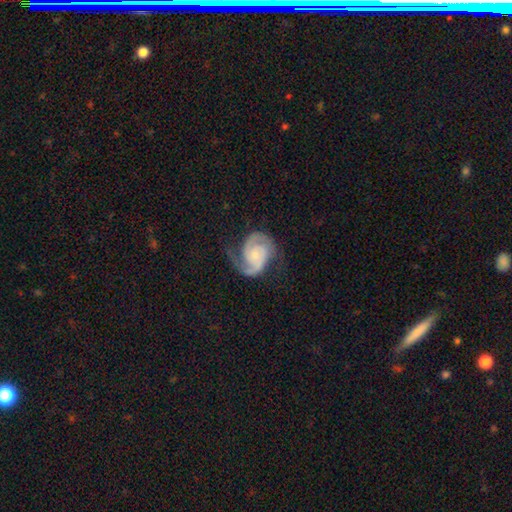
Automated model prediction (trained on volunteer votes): Overall: featured or disk (89%). Edge-on disk: no (98%). Bar: no (67%). Spiral arms: yes (98%). Spiral arm count: 2 (89%). Spiral winding: medium (48%; tight 38%). Bulge size: small (54%; moderate 25%). Merging: none (64%).